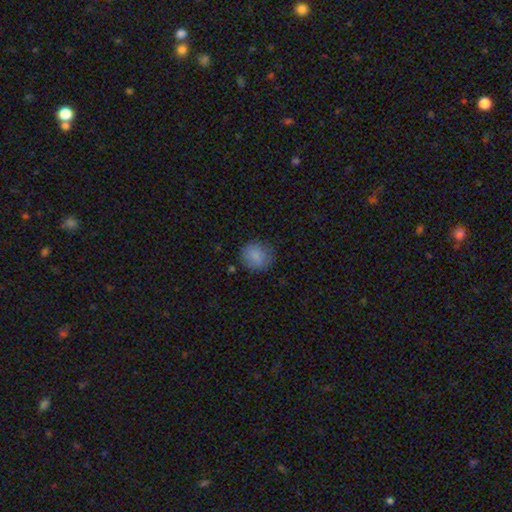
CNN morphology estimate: A smooth galaxy with no disk features (85%) that is round (84%). Merging: none (80%).